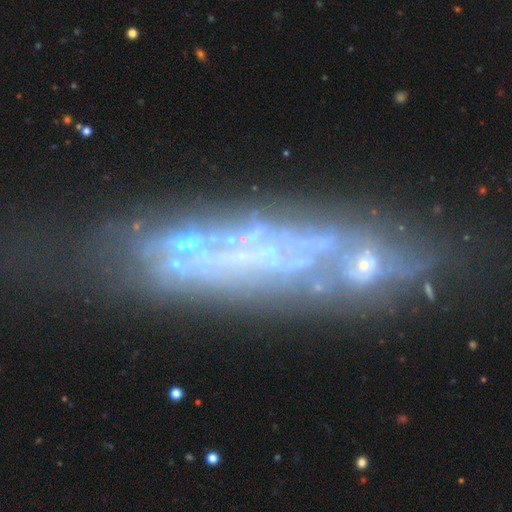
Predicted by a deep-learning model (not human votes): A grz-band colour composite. It shows a featured or disk galaxy (57%). Merging: none (52%).